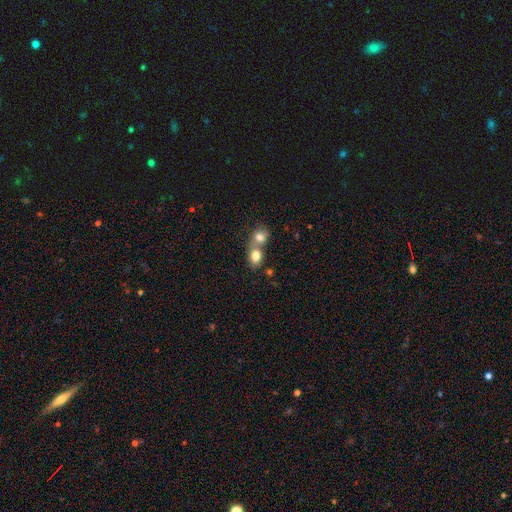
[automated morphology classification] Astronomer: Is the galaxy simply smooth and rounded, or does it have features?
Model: smooth — 80%.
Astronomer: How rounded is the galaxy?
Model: in between — 52% (runner-up: round, 46%).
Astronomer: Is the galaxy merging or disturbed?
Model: merger — 65%.